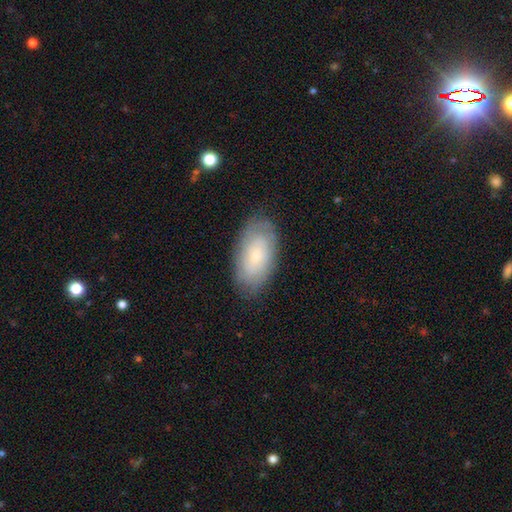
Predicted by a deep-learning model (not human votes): Q: Smooth or featured?
A: smooth (49%); runner-up: featured or disk (43%)
Q: Merging?
A: none (80%); runner-up: minor disturbance (15%)